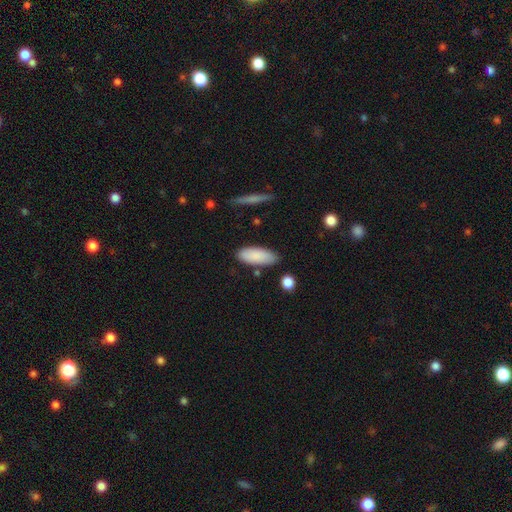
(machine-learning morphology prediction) A smooth galaxy with no disk features (87%) that is in between round and cigar-shaped (78%).

Vote fractions:
- Smooth or featured? smooth: 87% / featured or disk: 7% / star or artifact: 6%
- How rounded? in between: 78% / cigar-shaped: 20% / round: 2%
- Merging? none: 80% / minor disturbance: 13% / merger: 4% / major disturbance: 3%